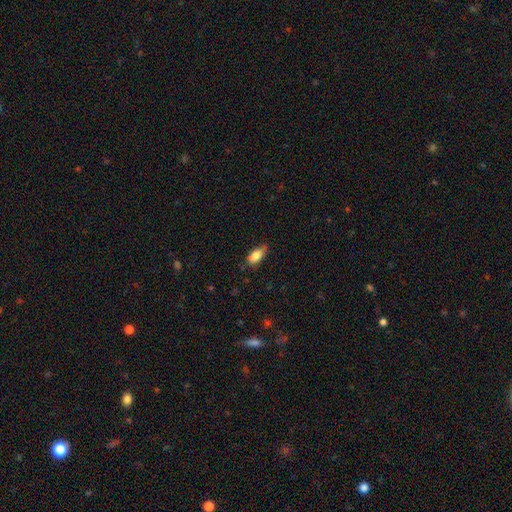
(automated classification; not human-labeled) Morphology: type=smooth (84%); roundness=in between (87%); merging=none (64%).